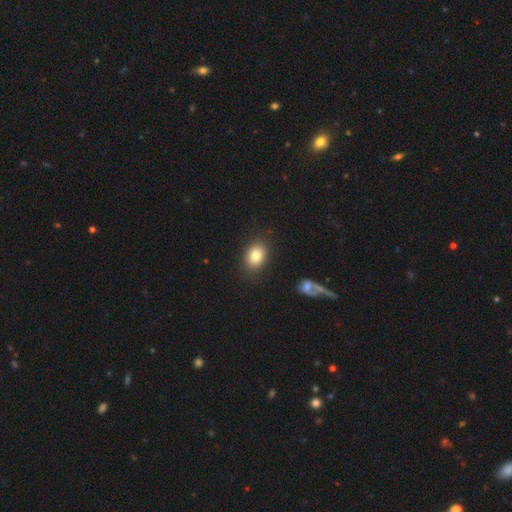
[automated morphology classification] Smooth or featured? smooth (82%)
How rounded? in between (67%)
Merging? none (86%)